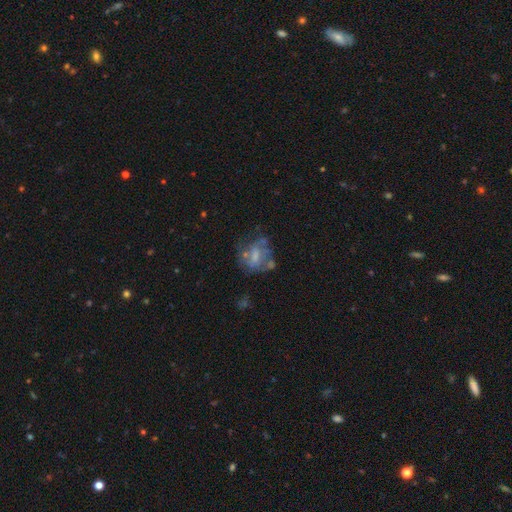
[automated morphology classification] Smooth or featured? Predicted: featured or disk (p=0.53). Edge-on disk? Predicted: no (p=0.97). Bar? Predicted: no (p=0.53). Spiral arms? Predicted: no (p=0.67). Bulge size? Predicted: moderate (p=0.32, tied with none). Merging? Predicted: none (p=0.41).